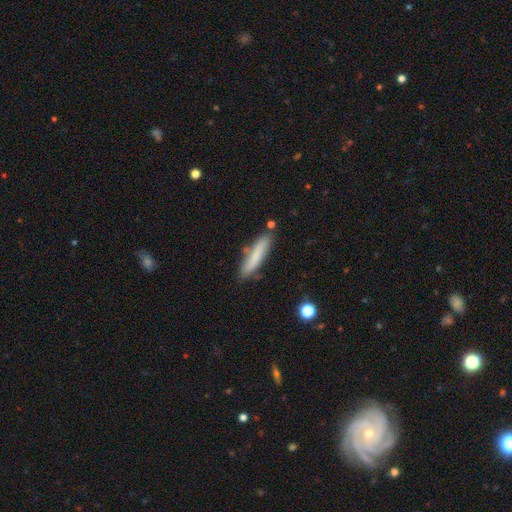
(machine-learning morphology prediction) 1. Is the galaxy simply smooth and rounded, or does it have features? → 76% smooth, 18% featured or disk, 6% star or artifact.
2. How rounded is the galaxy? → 86% cigar-shaped, 12% in between, 1% round.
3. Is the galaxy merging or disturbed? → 79% none, 14% minor disturbance, 5% merger, 3% major disturbance.